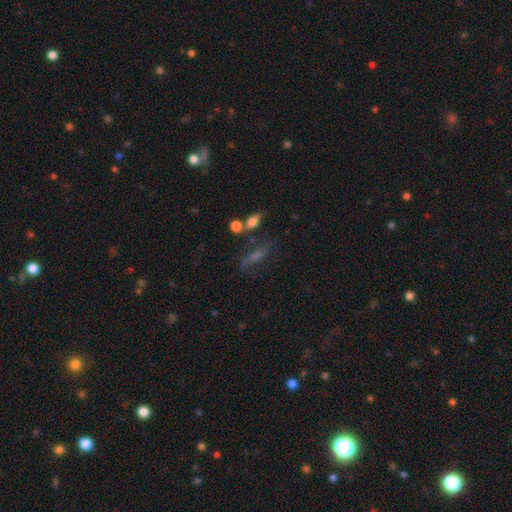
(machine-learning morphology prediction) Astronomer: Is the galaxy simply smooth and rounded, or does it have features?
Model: smooth — 38% (runner-up: featured or disk, 37%).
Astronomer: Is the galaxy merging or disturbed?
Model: none — 62%.